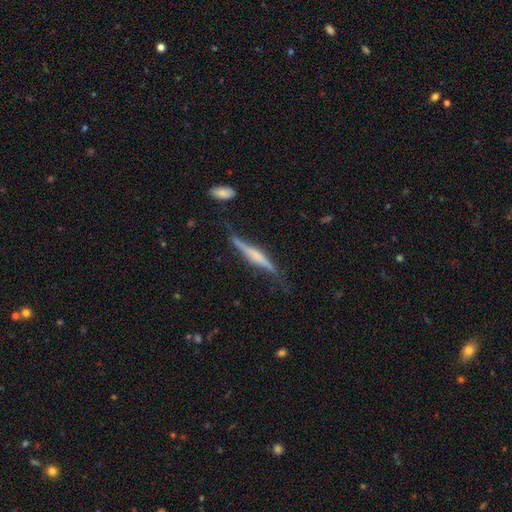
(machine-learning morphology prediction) This is likely a featured or disk galaxy (65%). It is clearly viewed edge-on (95%). Edge-on bulge: possibly rounded (47%). Merging: likely none (67%).